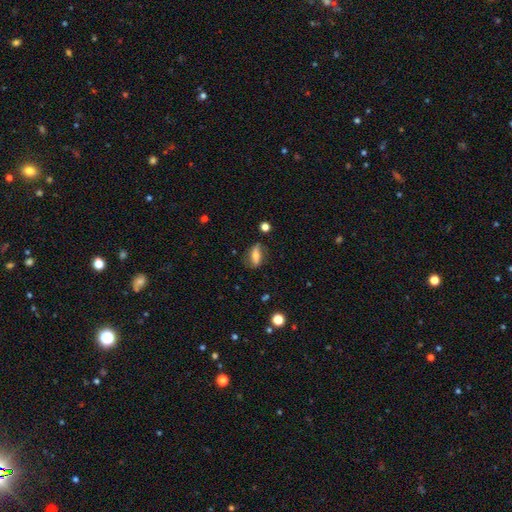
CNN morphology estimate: The model was most divided on "smooth or featured": smooth: 55%, featured or disk: 36%, star or artifact: 9%. More confident: how rounded — in between (71%); merging — none (67%).